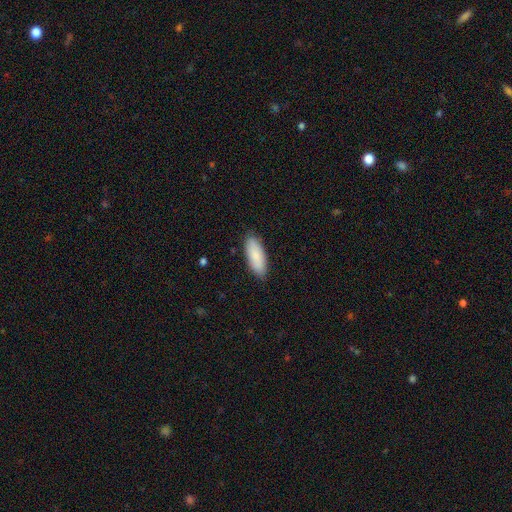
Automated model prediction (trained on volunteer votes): The model was most divided on "how rounded": in between: 75%, cigar-shaped: 24%, round: 2%. More confident: smooth or featured — smooth (87%); merging — none (86%).